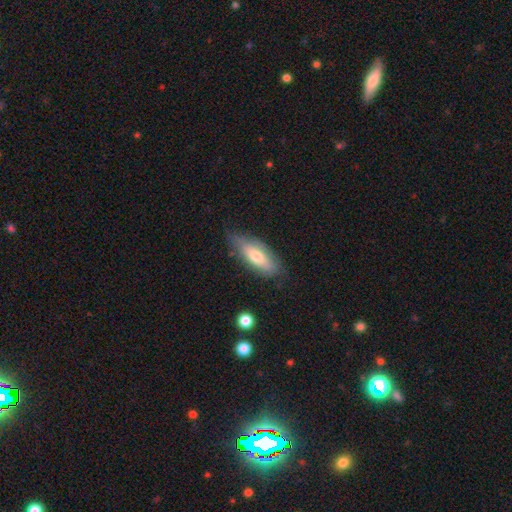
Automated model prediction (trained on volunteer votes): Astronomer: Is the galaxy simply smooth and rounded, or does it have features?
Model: smooth — 66%.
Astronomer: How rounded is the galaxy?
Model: in between — 72%.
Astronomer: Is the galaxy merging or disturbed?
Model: none — 65%.